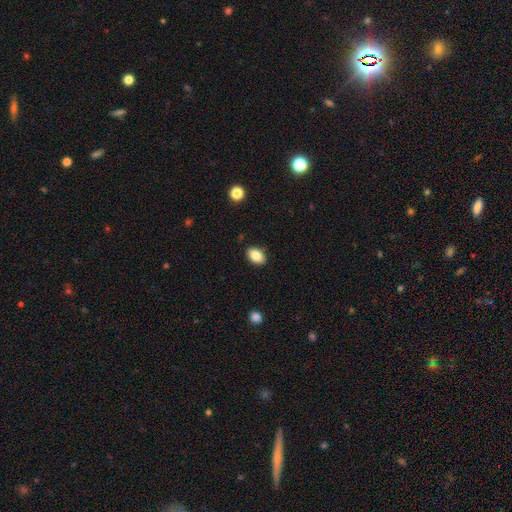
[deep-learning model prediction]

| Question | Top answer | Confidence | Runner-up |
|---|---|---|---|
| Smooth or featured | smooth | 84% | star or artifact (8%) |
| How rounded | in between | 85% | round (13%) |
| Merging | none | 88% | minor disturbance (9%) |